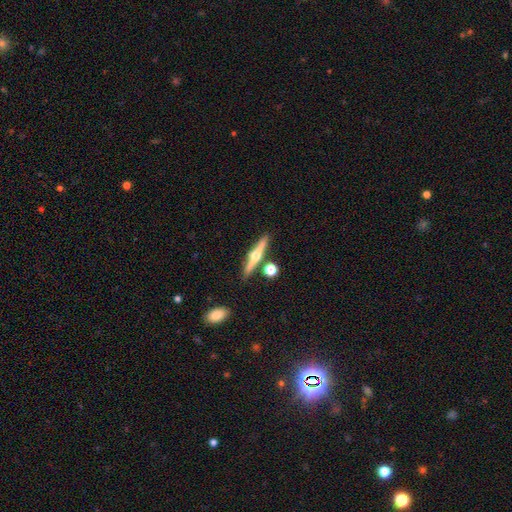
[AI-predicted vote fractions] This appears to be a featured or disk galaxy (66%) viewed edge-on (97%) with a rounded central bulge (94%). Merging: none (81%).